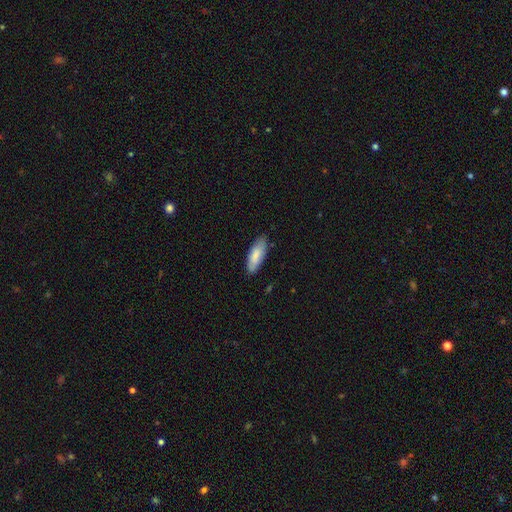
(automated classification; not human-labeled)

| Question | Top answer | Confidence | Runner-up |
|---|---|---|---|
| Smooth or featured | smooth | 83% | featured or disk (12%) |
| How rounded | in between | 69% | cigar-shaped (30%) |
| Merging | none | 83% | minor disturbance (14%) |